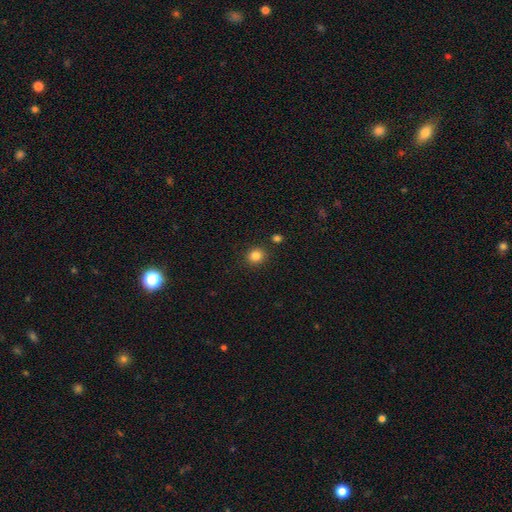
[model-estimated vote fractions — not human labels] Q: Smooth or featured?
A: smooth (84%); runner-up: star or artifact (11%)
Q: How rounded?
A: round (83%); runner-up: in between (16%)
Q: Merging?
A: none (86%); runner-up: minor disturbance (8%)